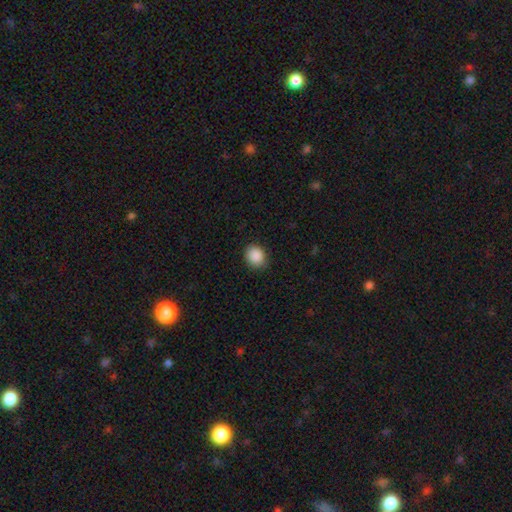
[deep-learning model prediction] Smooth or featured: smooth — 89% (star or artifact — 8%)
How rounded: round — 73% (in between — 26%)
Merging: none — 86% (minor disturbance — 11%)